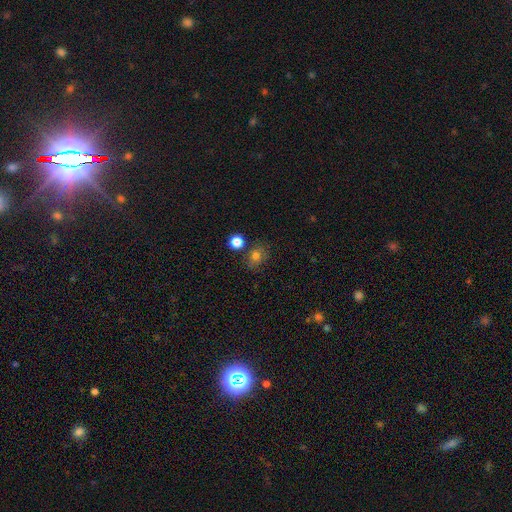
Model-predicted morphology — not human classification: smooth-or-featured: smooth: 77% | star or artifact: 15% | featured or disk: 8%
  how-rounded: round: 62% | in between: 37% | cigar-shaped: 1%
  merging: none: 69% | minor disturbance: 14% | merger: 12% | major disturbance: 5%